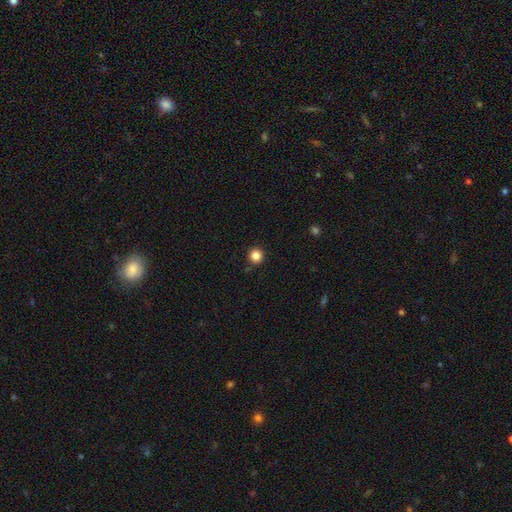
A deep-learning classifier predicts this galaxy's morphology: smooth 85%, star or artifact 11%, featured or disk 4%. Down the decision tree: how rounded — round (96%); merging — none (92%).